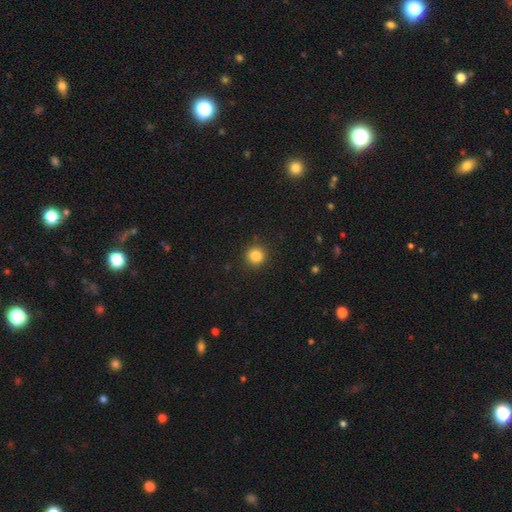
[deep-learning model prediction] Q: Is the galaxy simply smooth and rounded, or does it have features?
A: smooth — 85%.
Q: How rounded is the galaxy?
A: round — 94%.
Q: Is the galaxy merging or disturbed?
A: none — 92%.